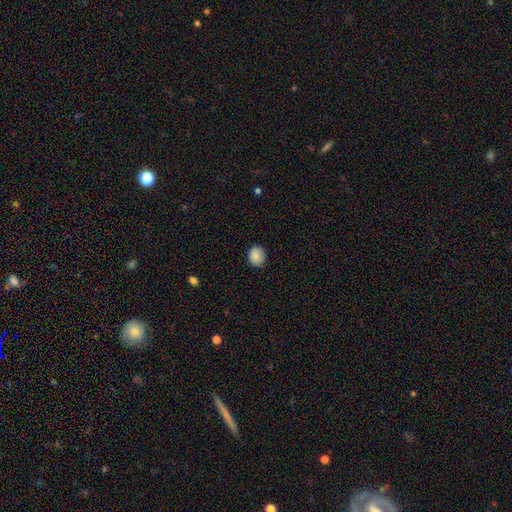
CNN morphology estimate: Smooth or featured? smooth (87%)
How rounded? round (65%)
Merging? none (83%)